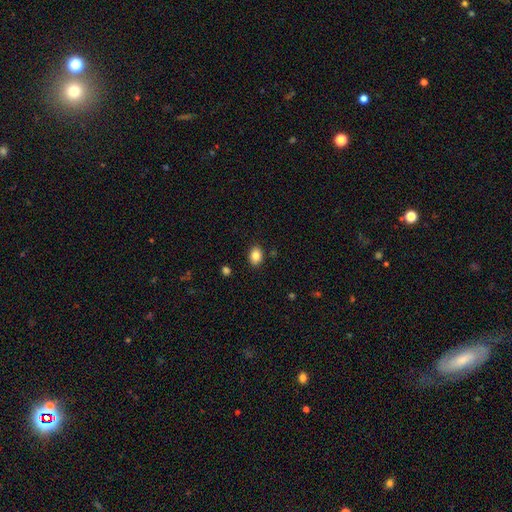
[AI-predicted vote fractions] smooth-or-featured: smooth: 85% | star or artifact: 9% | featured or disk: 6%
  how-rounded: in between: 70% | round: 29% | cigar-shaped: 1%
  merging: none: 87% | minor disturbance: 9% | major disturbance: 2% | merger: 2%